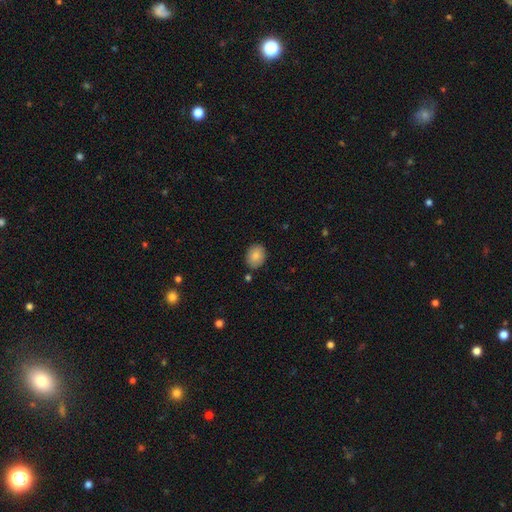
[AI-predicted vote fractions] smooth-or-featured: smooth: 84% | featured or disk: 8% | star or artifact: 8%
  how-rounded: in between: 58% | round: 42% | cigar-shaped: 1%
  merging: none: 85% | minor disturbance: 10% | merger: 3% | major disturbance: 2%